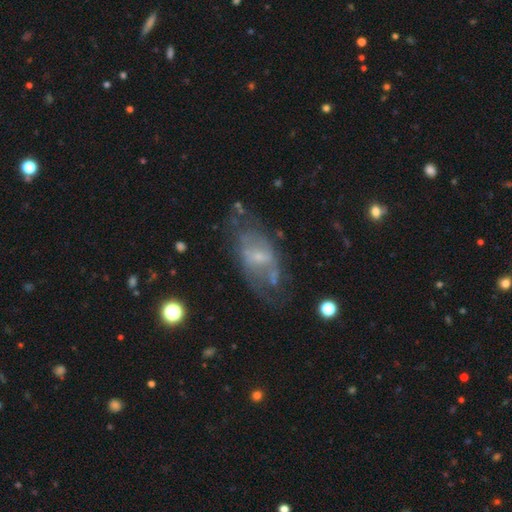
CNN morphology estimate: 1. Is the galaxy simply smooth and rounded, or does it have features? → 65% featured or disk, 22% smooth, 13% star or artifact.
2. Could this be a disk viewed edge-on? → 89% no, 11% yes.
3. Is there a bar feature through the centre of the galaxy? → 46% weak, 41% no, 13% strong.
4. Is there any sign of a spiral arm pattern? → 64% yes, 36% no.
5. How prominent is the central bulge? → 59% small, 26% moderate, 12% none, 2% large, 1% dominant.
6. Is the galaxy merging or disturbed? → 61% none, 21% minor disturbance, 14% major disturbance, 4% merger.